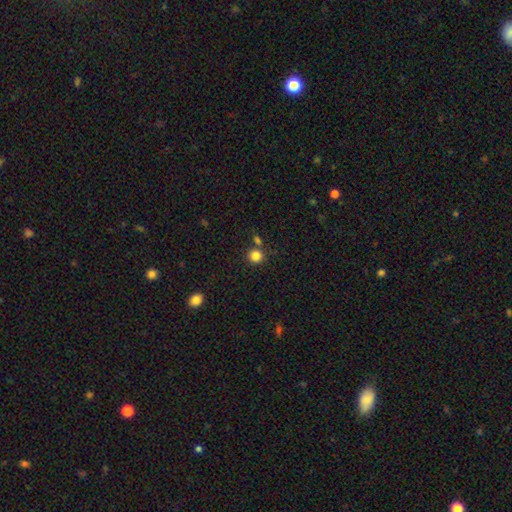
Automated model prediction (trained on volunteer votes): Smooth or featured: smooth — 84% (star or artifact — 12%)
How rounded: round — 91% (in between — 8%)
Merging: none — 76% (merger — 13%)